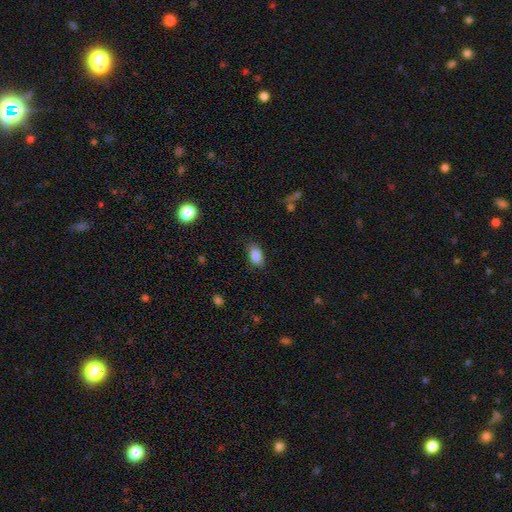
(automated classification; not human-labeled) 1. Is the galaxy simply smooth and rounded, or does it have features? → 88% smooth, 8% star or artifact, 4% featured or disk.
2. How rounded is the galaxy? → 91% in between, 7% round, 2% cigar-shaped.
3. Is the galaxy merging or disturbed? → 82% none, 14% minor disturbance, 3% major disturbance, 1% merger.